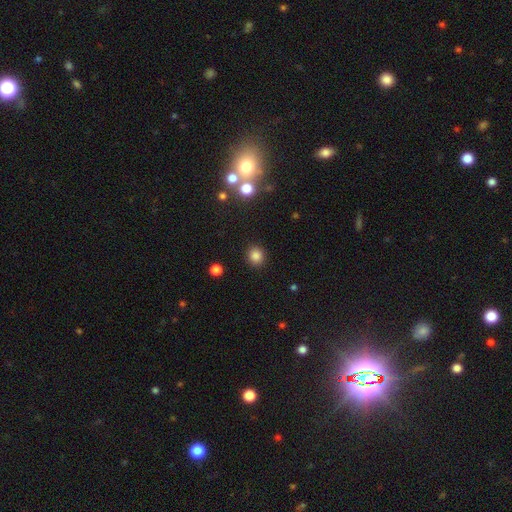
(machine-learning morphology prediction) Smooth or featured?
  - smooth: 84% *
  - star or artifact: 12%
  - featured or disk: 4%
How rounded?
  - round: 88% *
  - in between: 11%
  - cigar-shaped: 1%
Merging?
  - none: 91% *
  - minor disturbance: 6%
  - major disturbance: 2%
  - merger: 1%